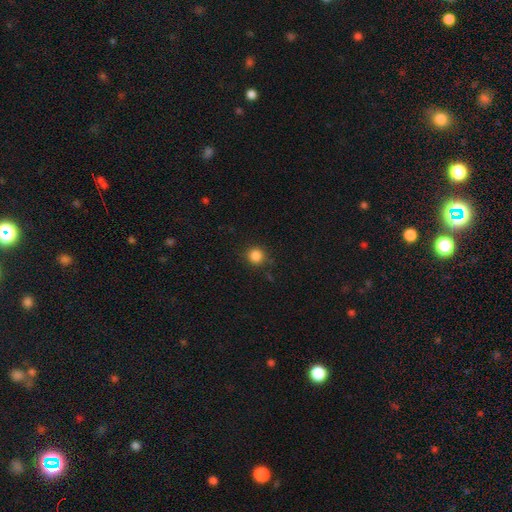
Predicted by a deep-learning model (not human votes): Smooth or featured?
  - smooth: 85% *
  - star or artifact: 12%
  - featured or disk: 4%
How rounded?
  - round: 93% *
  - in between: 6%
  - cigar-shaped: 1%
Merging?
  - none: 88% *
  - minor disturbance: 8%
  - major disturbance: 3%
  - merger: 1%